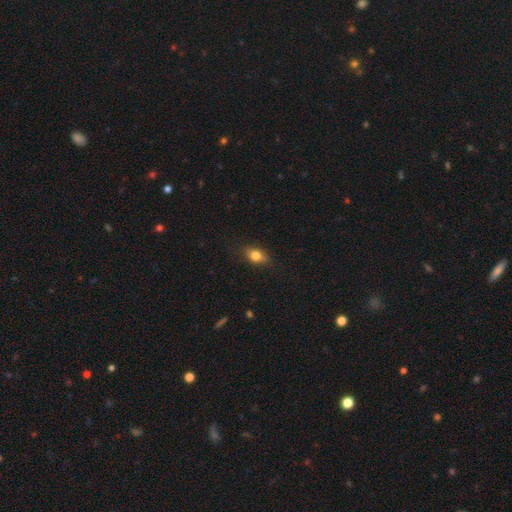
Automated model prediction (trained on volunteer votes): This appears to be a smooth galaxy with no disk features (77%) that is in between round and cigar-shaped (77%). Merging: none (83%).